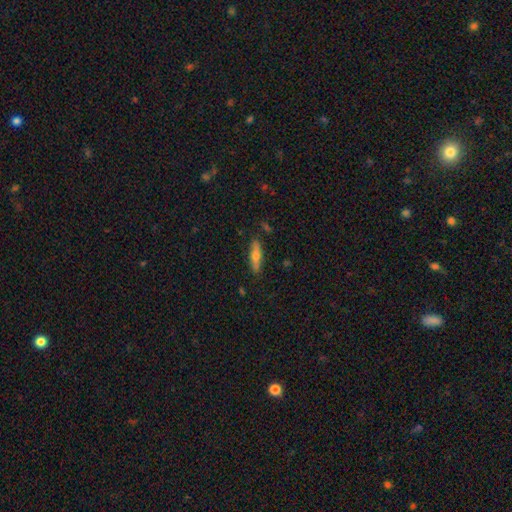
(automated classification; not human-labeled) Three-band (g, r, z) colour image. It shows a smooth galaxy with no disk features (50%) that is cigar-shaped (75%). Merging: none (86%).